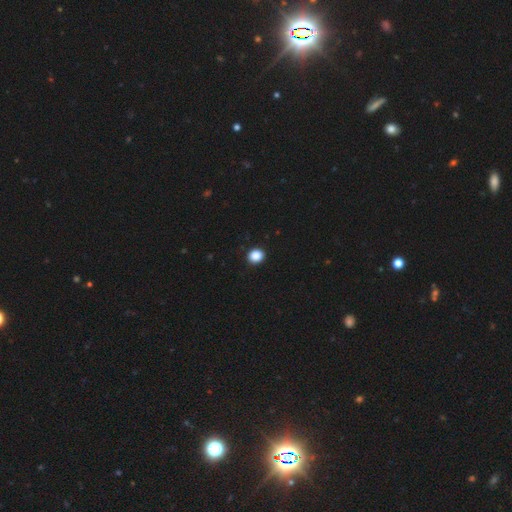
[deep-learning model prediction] Overall: smooth (88%). How rounded: round (78%). Merging: none (92%).